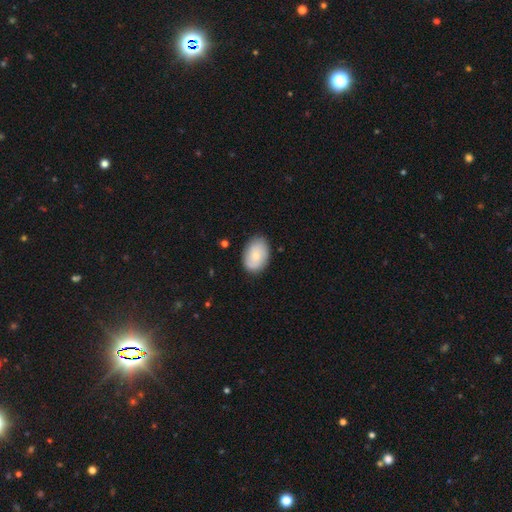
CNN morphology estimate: Smooth or featured? Predicted: smooth (p=0.69). How rounded? Predicted: in between (p=0.84). Merging? Predicted: none (p=0.82).